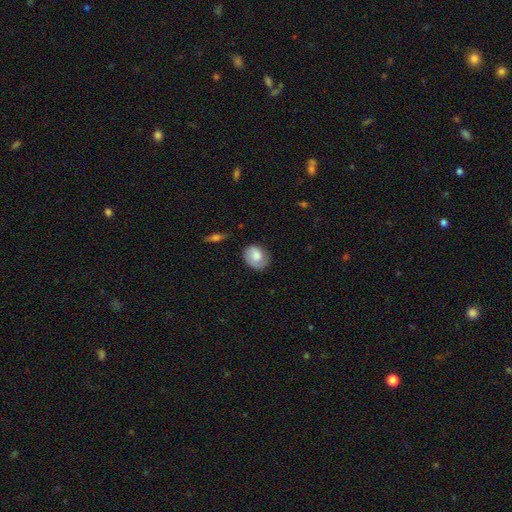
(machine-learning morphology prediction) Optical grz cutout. It shows a smooth galaxy with no disk features (69%) that is round (55%). Merging: none (69%).